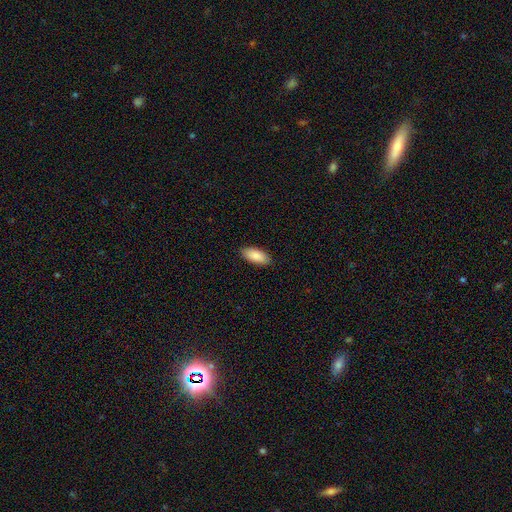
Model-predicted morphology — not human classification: type=smooth (88%); roundness=in between (88%); merging=none (89%).